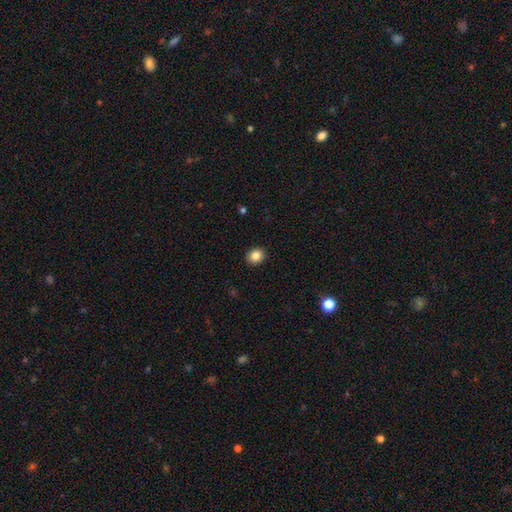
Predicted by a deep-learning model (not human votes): Smooth or featured: smooth — 84% (star or artifact — 10%)
How rounded: round — 69% (in between — 31%)
Merging: none — 91% (minor disturbance — 6%)